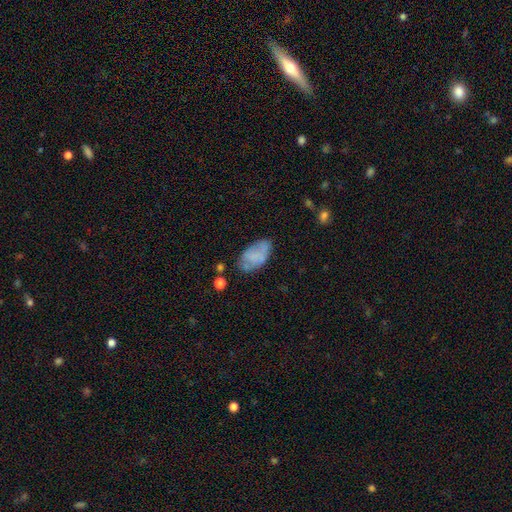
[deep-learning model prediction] smooth-or-featured: smooth: 60% | featured or disk: 32% | star or artifact: 9%
  how-rounded: in between: 94% | round: 4% | cigar-shaped: 2%
  merging: none: 58% | minor disturbance: 27% | major disturbance: 10% | merger: 5%